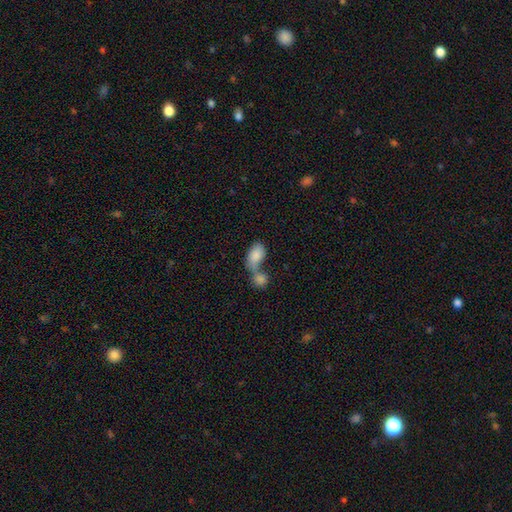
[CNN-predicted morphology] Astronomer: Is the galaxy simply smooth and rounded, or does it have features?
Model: smooth — 83%.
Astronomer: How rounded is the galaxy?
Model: in between — 89%.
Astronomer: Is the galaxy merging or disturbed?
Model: merger — 68%.